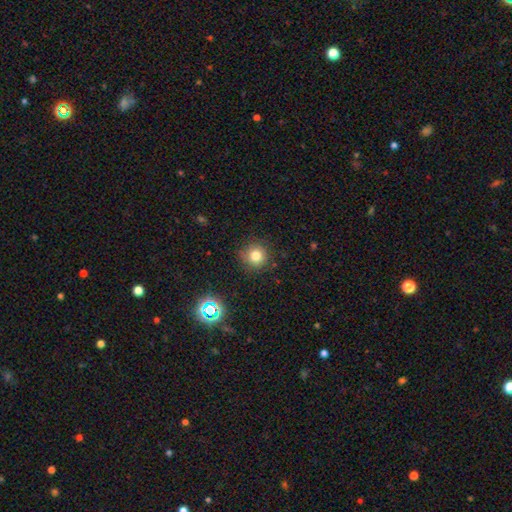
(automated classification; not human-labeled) Smooth or featured? Predicted: smooth (p=0.78). How rounded? Predicted: round (p=0.94). Merging? Predicted: none (p=0.85).